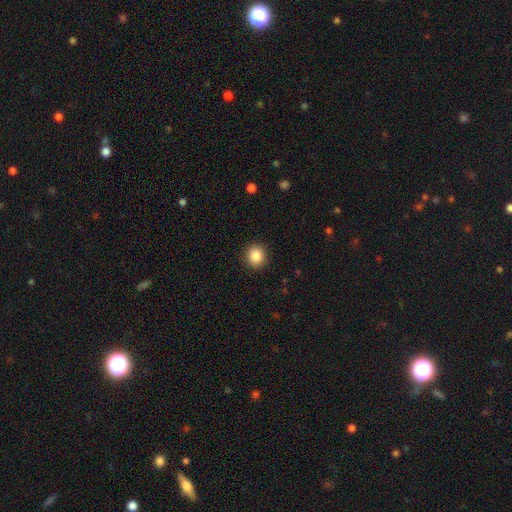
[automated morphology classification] Overall: smooth (86%). How rounded: round (86%). Merging: none (91%).